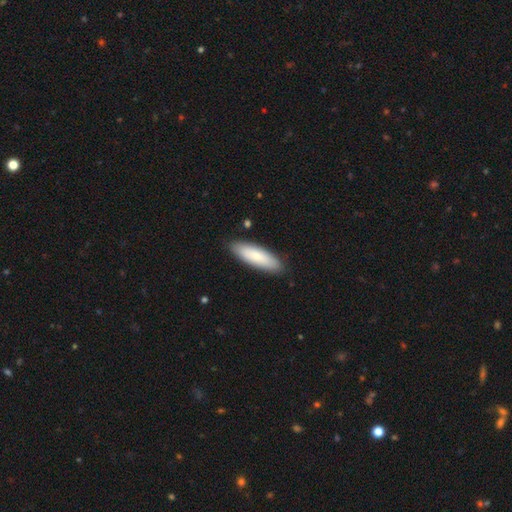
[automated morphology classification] Smooth or featured? smooth (80%)
How rounded? cigar-shaped (51%)
Merging? none (88%)